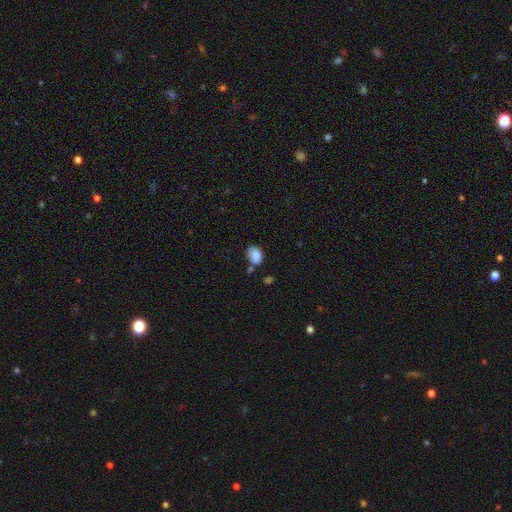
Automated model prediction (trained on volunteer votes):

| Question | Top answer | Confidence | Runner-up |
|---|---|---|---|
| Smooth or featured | smooth | 80% | featured or disk (11%) |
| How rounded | in between | 79% | round (20%) |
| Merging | none | 44% | minor disturbance (29%) |